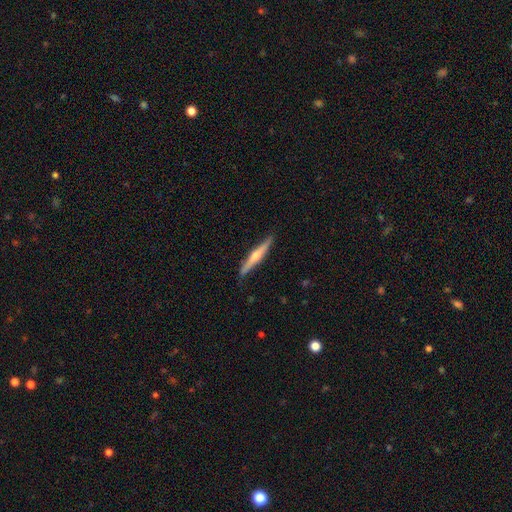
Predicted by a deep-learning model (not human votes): A featured or disk galaxy (68%) viewed edge-on (97%) with a rounded central bulge (87%).

Vote fractions:
- Smooth or featured? featured or disk: 68% / smooth: 27% / star or artifact: 5%
- Edge-on disk? yes: 97% / no: 3%
- Edge-on bulge? rounded: 87% / none: 8% / boxy: 5%
- Merging? none: 89% / minor disturbance: 9% / major disturbance: 1% / merger: 1%